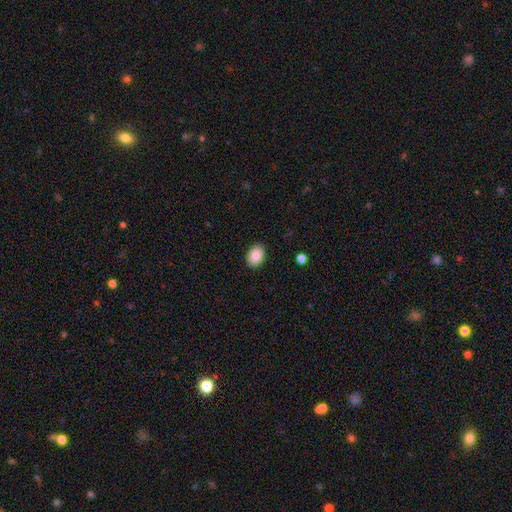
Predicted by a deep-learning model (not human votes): Smooth or featured? smooth (88%)
How rounded? in between (76%)
Merging? none (90%)